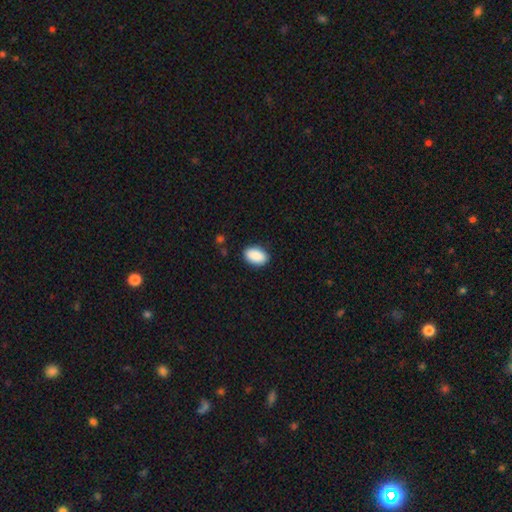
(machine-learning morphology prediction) Smooth or featured? smooth (90%)
How rounded? in between (89%)
Merging? none (87%)